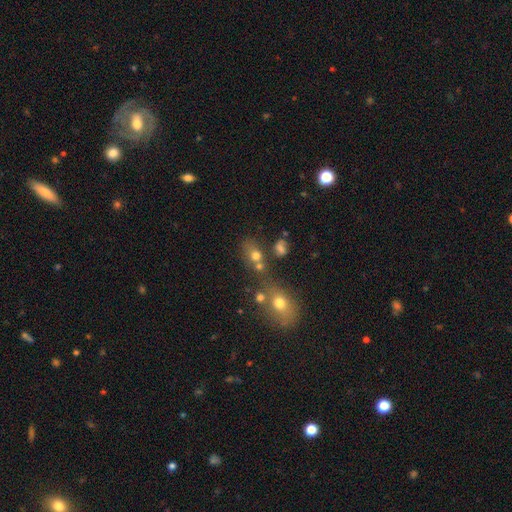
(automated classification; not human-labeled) A smooth galaxy with no disk features (69%) that is in between round and cigar-shaped (50%).

Vote fractions:
- Smooth or featured? smooth: 69% / star or artifact: 17% / featured or disk: 15%
- How rounded? in between: 50% / round: 47% / cigar-shaped: 3%
- Merging? merger: 40% (tied) / none: 40% (tied) / minor disturbance: 12% / major disturbance: 8%